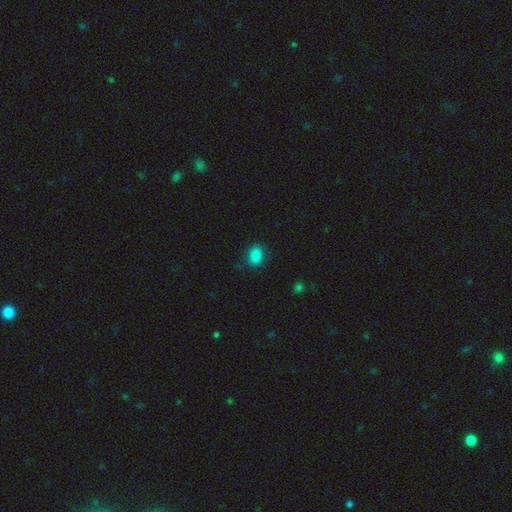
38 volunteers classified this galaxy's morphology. A smooth galaxy with no disk features (87%) that is in between round and cigar-shaped (70%). Merging: none (88%).